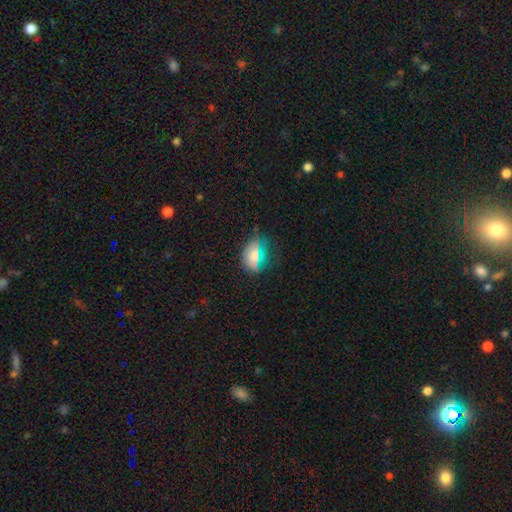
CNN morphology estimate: Smooth or featured? smooth (69%)
How rounded? in between (66%)
Merging? none (70%)